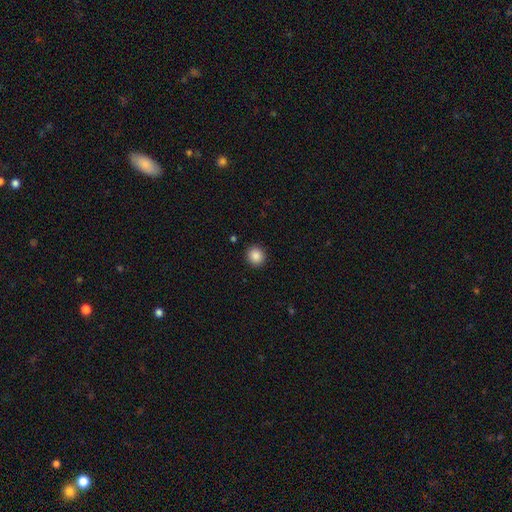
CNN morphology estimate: Smooth or featured? smooth (88%)
How rounded? round (90%)
Merging? none (92%)